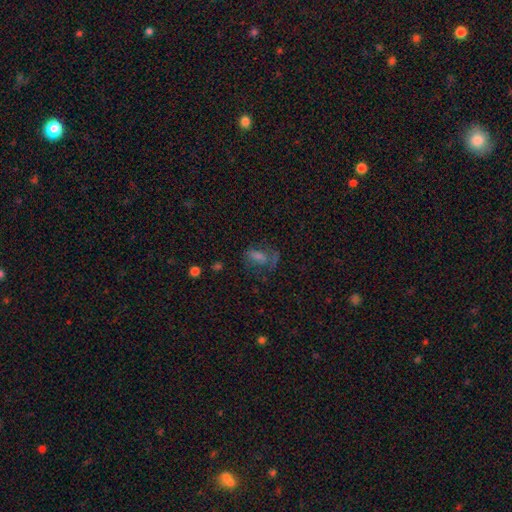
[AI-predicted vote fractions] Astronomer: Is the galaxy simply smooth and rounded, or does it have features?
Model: smooth — 39% (runner-up: featured or disk, 34%).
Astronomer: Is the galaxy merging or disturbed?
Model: none — 49% (runner-up: major disturbance, 27%).